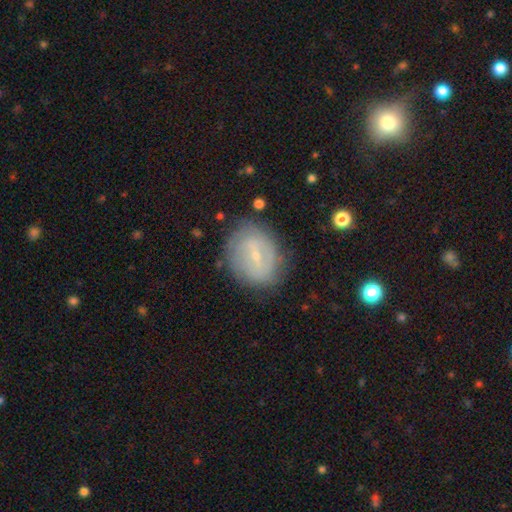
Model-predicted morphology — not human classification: type=featured or disk (59%); edge-on=no (95%); bar=weak (52%); spiral arms=yes (56%); bulge=small (78%); merging=none (76%).